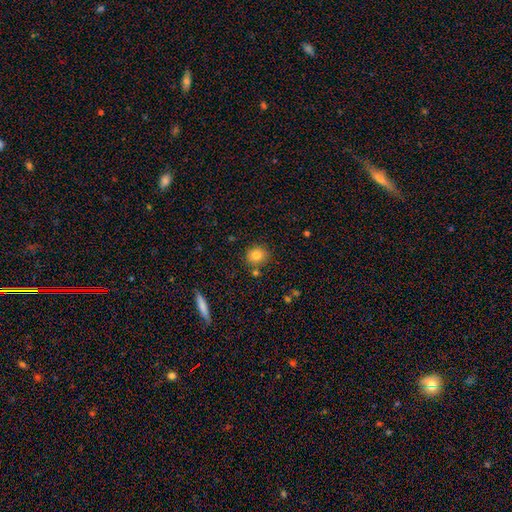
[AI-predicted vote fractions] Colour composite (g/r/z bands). It shows a smooth galaxy with no disk features (80%) that is round (84%). Merging: none (81%).